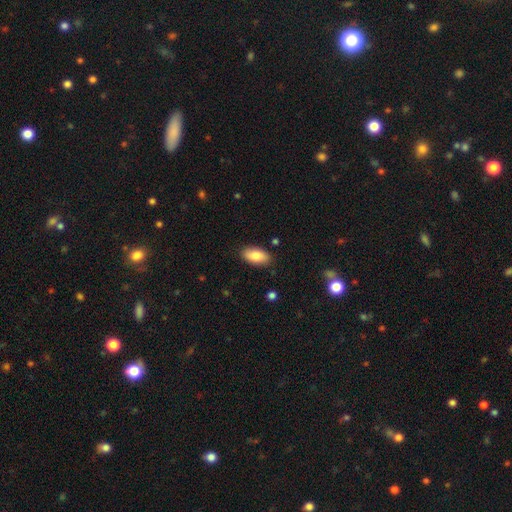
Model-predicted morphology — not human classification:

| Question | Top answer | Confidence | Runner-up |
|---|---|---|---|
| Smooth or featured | smooth | 85% | featured or disk (9%) |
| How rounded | in between | 91% | cigar-shaped (7%) |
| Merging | none | 87% | minor disturbance (9%) |